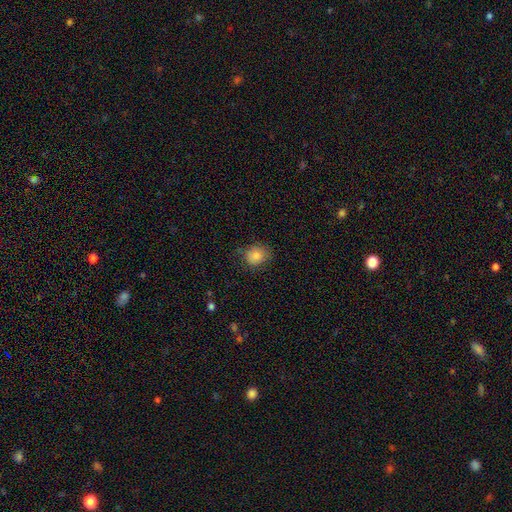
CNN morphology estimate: smooth_or_featured: smooth (p=0.82) [alt: star or artifact p=0.10]
how_rounded: round (p=0.69) [alt: in between p=0.30]
merging: none (p=0.76) [alt: minor disturbance p=0.18]